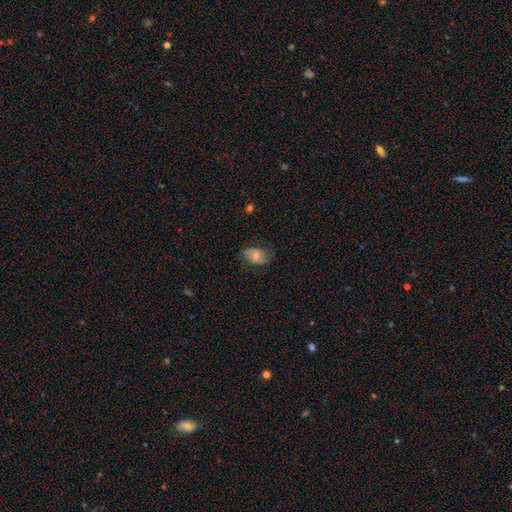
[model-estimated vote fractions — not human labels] This appears to be a smooth galaxy with no disk features (55%) that is in between round and cigar-shaped (77%). Merging: none (68%).